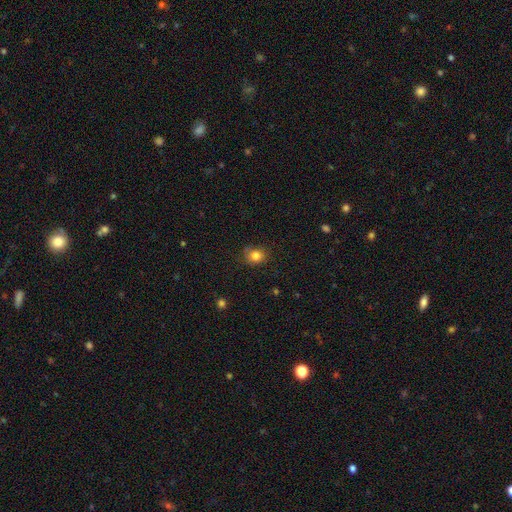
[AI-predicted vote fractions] Q: Smooth or featured?
A: smooth (82%); runner-up: star or artifact (12%)
Q: How rounded?
A: round (71%); runner-up: in between (28%)
Q: Merging?
A: none (74%); runner-up: minor disturbance (19%)